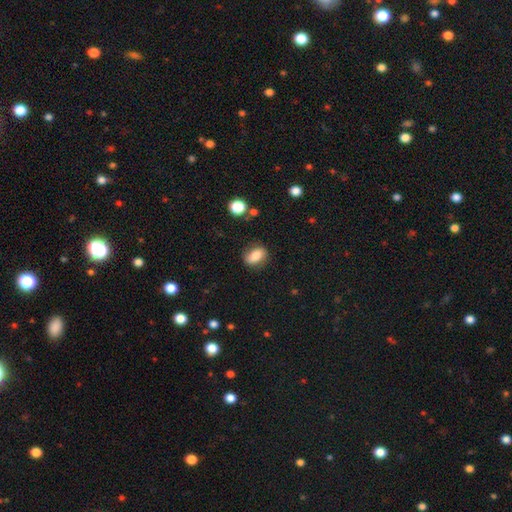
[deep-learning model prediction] smooth 72%, featured or disk 19%, star or artifact 9%. Down the decision tree: how rounded — in between (74%); merging — none (75%).